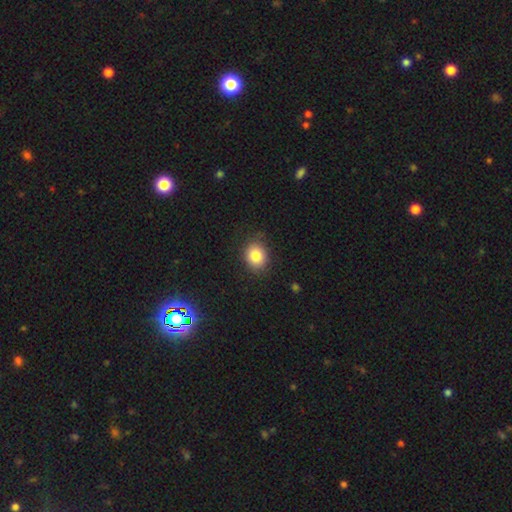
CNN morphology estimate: Smooth or featured: smooth — 84% (star or artifact — 10%)
How rounded: round — 62% (in between — 37%)
Merging: none — 82% (minor disturbance — 13%)